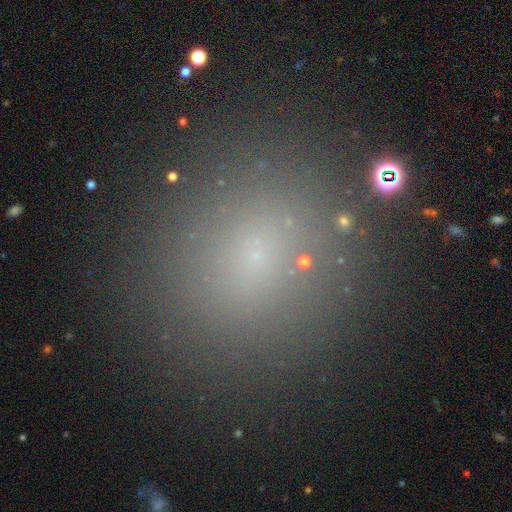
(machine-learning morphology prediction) Smooth or featured? smooth (63%)
How rounded? round (84%)
Merging? none (87%)